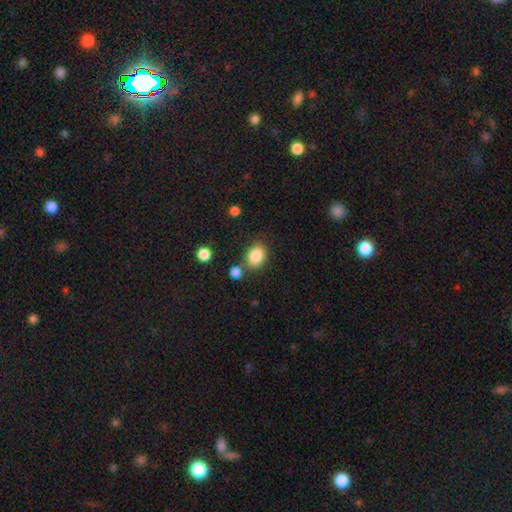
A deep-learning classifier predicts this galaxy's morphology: smooth 86%, star or artifact 9%, featured or disk 6%. Down the decision tree: how rounded — in between (64%); merging — none (69%).